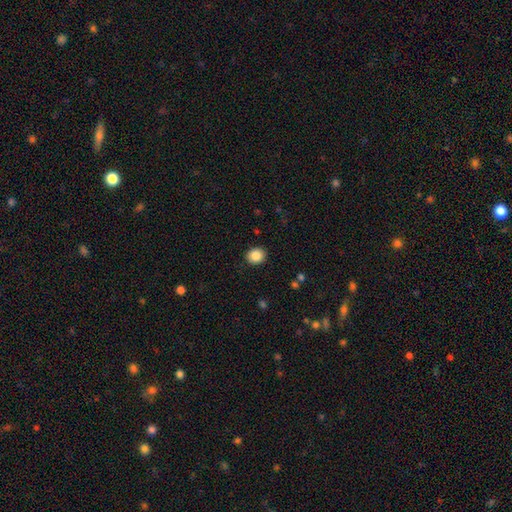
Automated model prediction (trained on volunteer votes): Smooth or featured?
  - smooth: 86% *
  - star or artifact: 9%
  - featured or disk: 5%
How rounded?
  - round: 72% *
  - in between: 28%
  - cigar-shaped: 1%
Merging?
  - none: 90% *
  - minor disturbance: 7%
  - major disturbance: 2%
  - merger: 1%